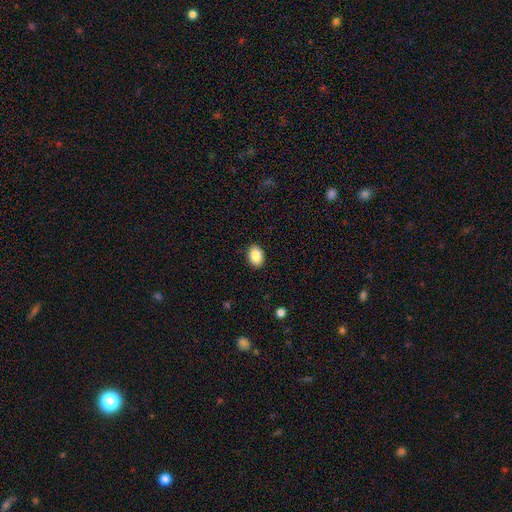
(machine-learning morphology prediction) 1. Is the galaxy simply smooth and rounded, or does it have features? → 88% smooth, 7% star or artifact, 4% featured or disk.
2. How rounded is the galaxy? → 81% in between, 18% round, 1% cigar-shaped.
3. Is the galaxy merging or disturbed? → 90% none, 7% minor disturbance, 2% major disturbance, 1% merger.